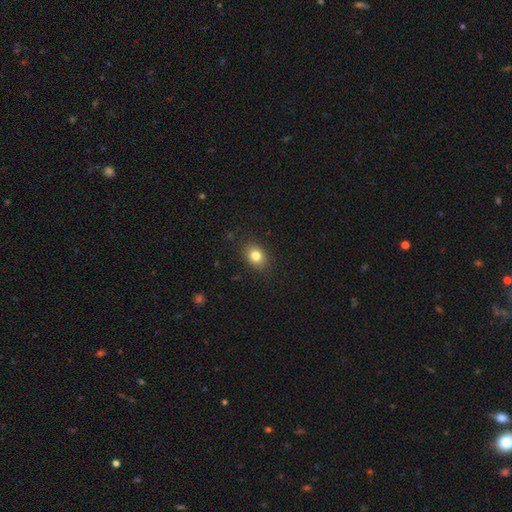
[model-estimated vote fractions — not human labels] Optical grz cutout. It shows a smooth galaxy with no disk features (81%) that is in between round and cigar-shaped (65%). Merging: none (87%).